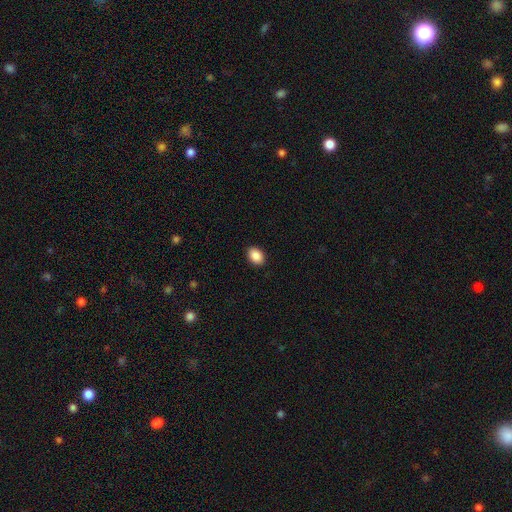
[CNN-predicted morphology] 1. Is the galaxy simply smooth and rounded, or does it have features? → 89% smooth, 7% star or artifact, 4% featured or disk.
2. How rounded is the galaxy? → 80% in between, 19% round, 1% cigar-shaped.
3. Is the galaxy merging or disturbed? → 91% none, 7% minor disturbance, 2% major disturbance, 1% merger.